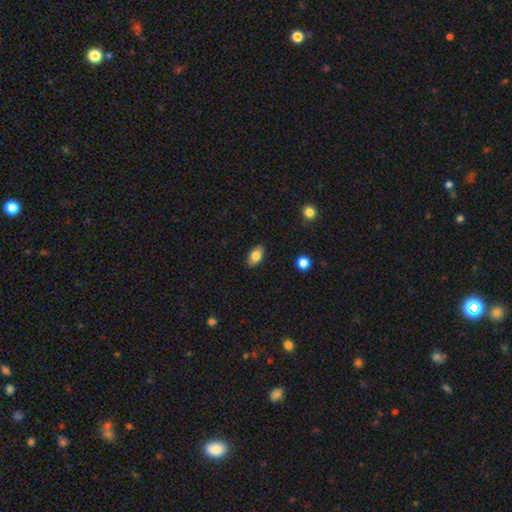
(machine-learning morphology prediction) A smooth galaxy with no disk features (81%) that is in between round and cigar-shaped (91%). Merging: none (88%).